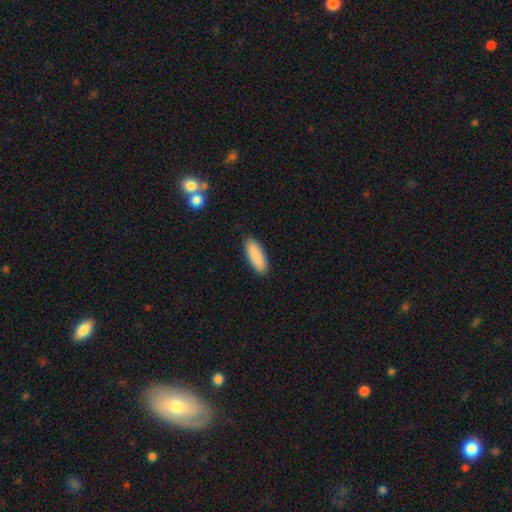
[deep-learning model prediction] The model was most divided on "how rounded": in between: 65%, cigar-shaped: 33%, round: 2%. More confident: smooth or featured — smooth (90%); merging — none (89%).